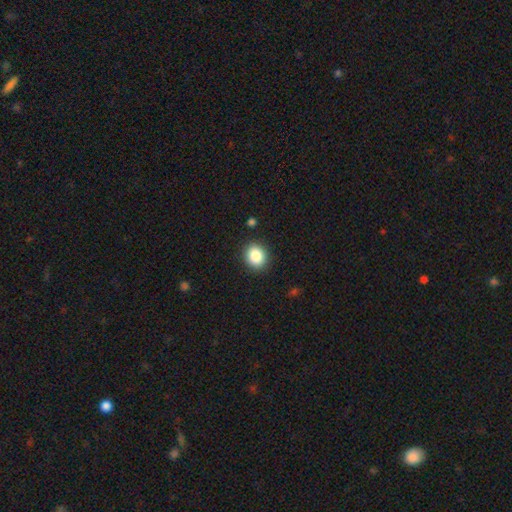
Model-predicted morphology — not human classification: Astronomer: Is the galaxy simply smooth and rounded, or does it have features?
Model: smooth — 85%.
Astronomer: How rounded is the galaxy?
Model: round — 67%.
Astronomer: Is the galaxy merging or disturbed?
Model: none — 89%.